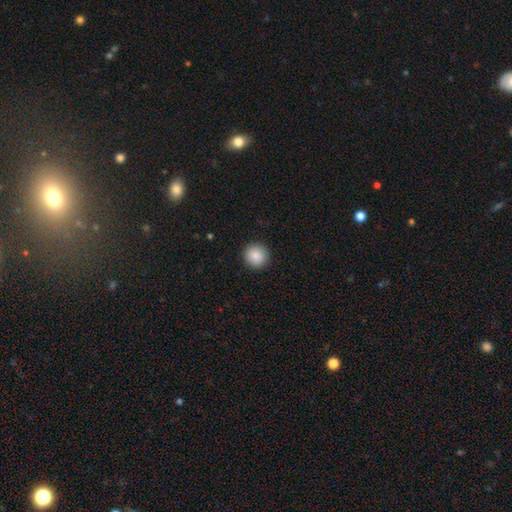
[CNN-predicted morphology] type=smooth (87%); roundness=round (95%); merging=none (92%).